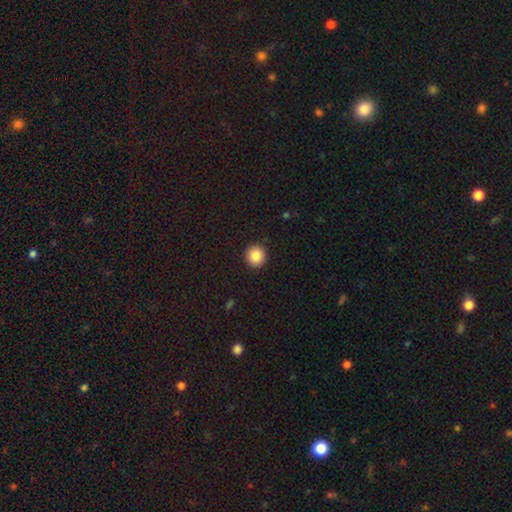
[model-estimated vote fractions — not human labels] Smooth or featured?
  - smooth: 86% *
  - star or artifact: 9%
  - featured or disk: 5%
How rounded?
  - round: 94% *
  - in between: 5%
  - cigar-shaped: 1%
Merging?
  - none: 92% *
  - minor disturbance: 5%
  - major disturbance: 2%
  - merger: 1%